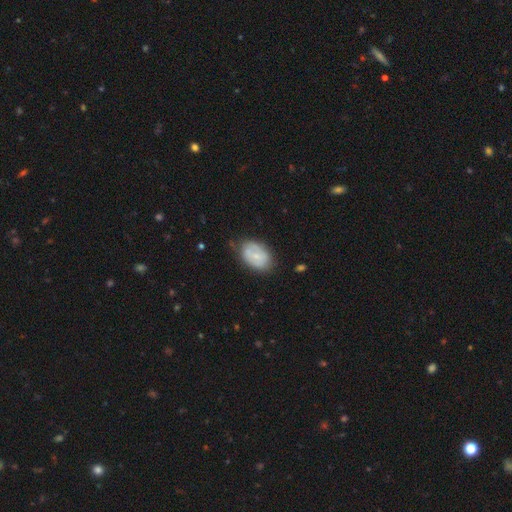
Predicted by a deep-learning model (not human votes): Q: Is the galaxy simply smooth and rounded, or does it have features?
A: smooth — 51%.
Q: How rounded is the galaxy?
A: in between — 85%.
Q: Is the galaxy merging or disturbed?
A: none — 62%.